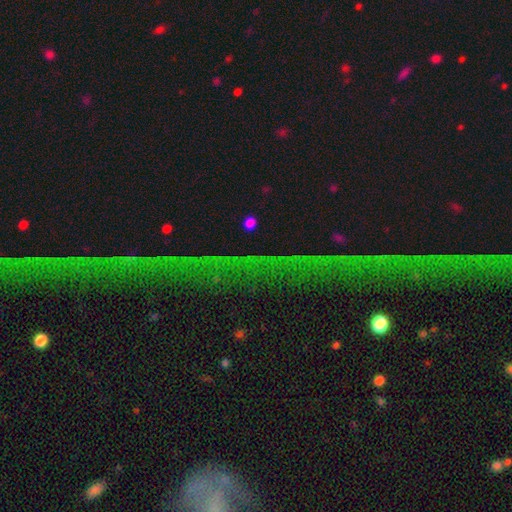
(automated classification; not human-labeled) This appears to be a star or artifact, not a galaxy (72%).